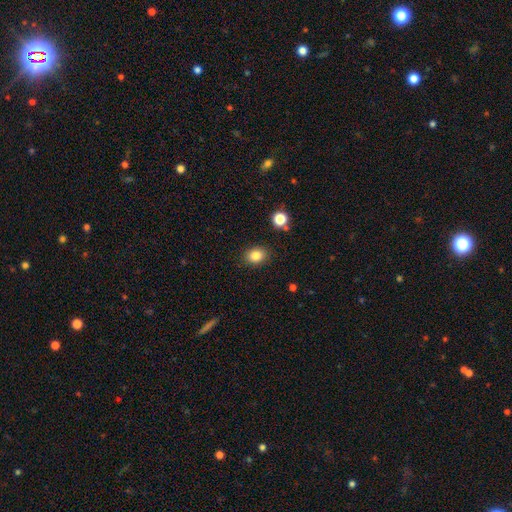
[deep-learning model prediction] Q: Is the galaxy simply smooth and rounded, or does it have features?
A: smooth — 83%.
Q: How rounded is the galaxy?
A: round — 52%.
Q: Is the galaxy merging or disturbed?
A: none — 87%.